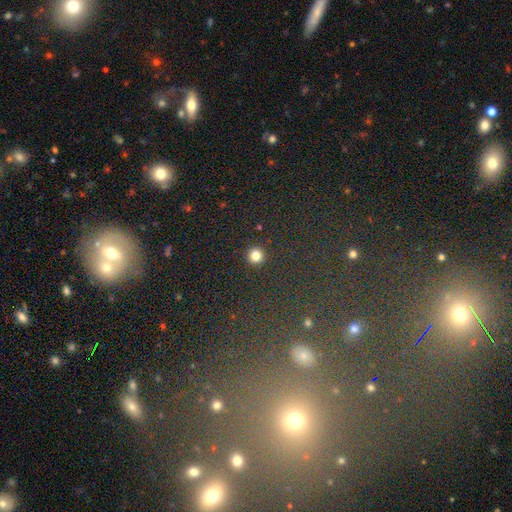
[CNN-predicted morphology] Smooth or featured? Predicted: smooth (p=0.82). How rounded? Predicted: round (p=0.95). Merging? Predicted: none (p=0.93).